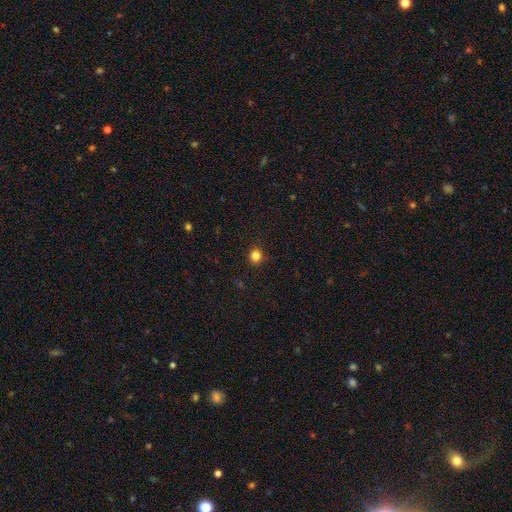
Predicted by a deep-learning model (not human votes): Q: Smooth or featured?
A: smooth (83%); runner-up: star or artifact (13%)
Q: How rounded?
A: round (90%); runner-up: in between (9%)
Q: Merging?
A: none (91%); runner-up: minor disturbance (6%)